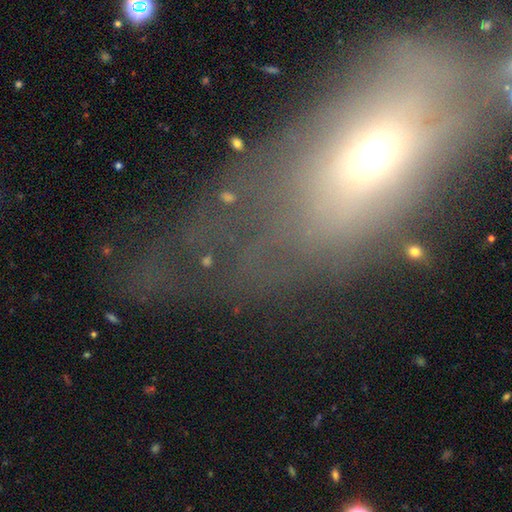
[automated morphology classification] The model was most divided on "smooth or featured": smooth: 43%, featured or disk: 34%, star or artifact: 23%. Remaining: merging — major disturbance (44%).